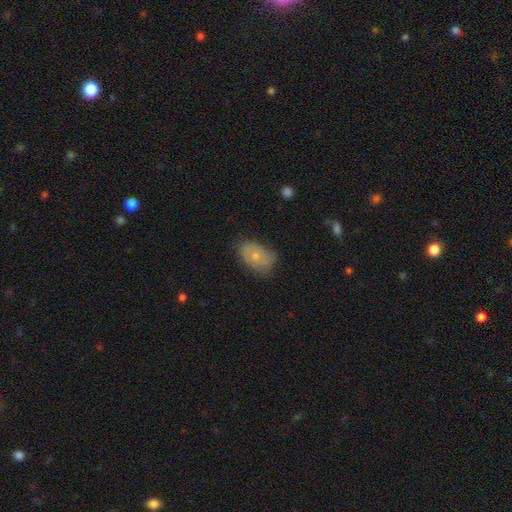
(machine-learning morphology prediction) smooth-or-featured: smooth: 53% | featured or disk: 39% | star or artifact: 8%
  how-rounded: in between: 86% | round: 12% | cigar-shaped: 2%
  merging: none: 65% | minor disturbance: 27% | major disturbance: 7% | merger: 1%